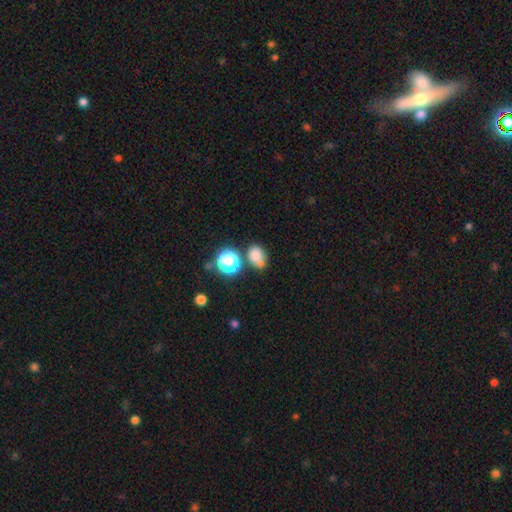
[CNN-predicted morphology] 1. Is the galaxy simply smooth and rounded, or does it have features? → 75% smooth, 16% star or artifact, 9% featured or disk.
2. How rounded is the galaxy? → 52% round, 47% in between, 1% cigar-shaped.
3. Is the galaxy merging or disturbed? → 47% none, 28% merger, 17% minor disturbance, 8% major disturbance.